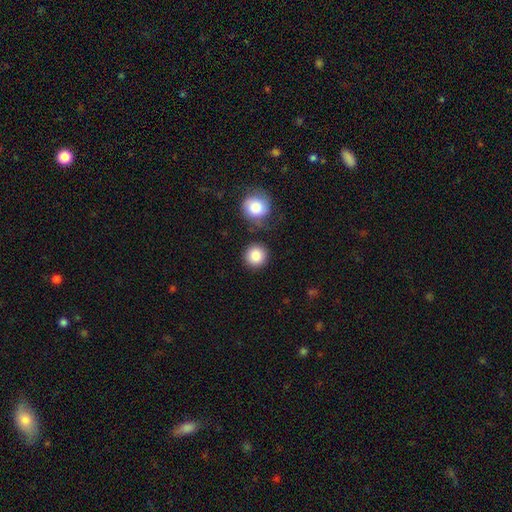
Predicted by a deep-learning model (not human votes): smooth-or-featured: smooth: 86% | star or artifact: 8% | featured or disk: 6%
  how-rounded: round: 94% | in between: 5% | cigar-shaped: 1%
  merging: none: 81% | minor disturbance: 8% | merger: 8% | major disturbance: 3%